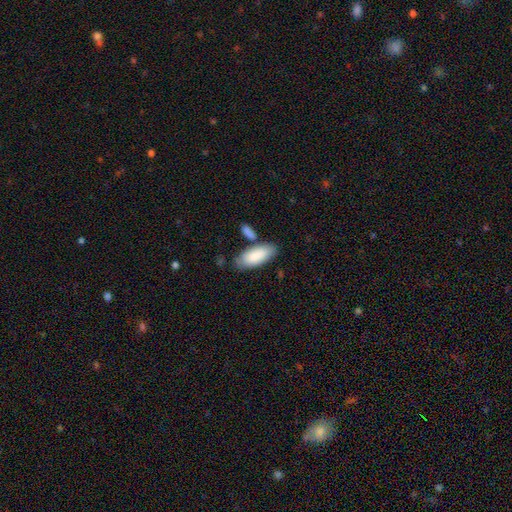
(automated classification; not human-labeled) Q: Smooth or featured?
A: smooth (86%); runner-up: featured or disk (9%)
Q: How rounded?
A: in between (85%); runner-up: cigar-shaped (13%)
Q: Merging?
A: none (69%); runner-up: minor disturbance (15%)